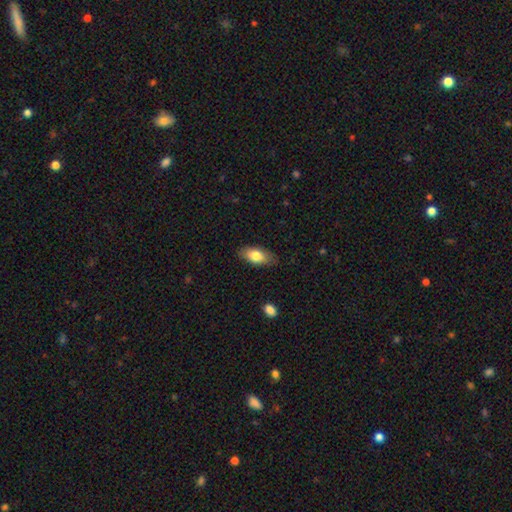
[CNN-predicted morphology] Smooth or featured: smooth — 79% (featured or disk — 15%)
How rounded: in between — 89% (cigar-shaped — 8%)
Merging: none — 83% (minor disturbance — 13%)